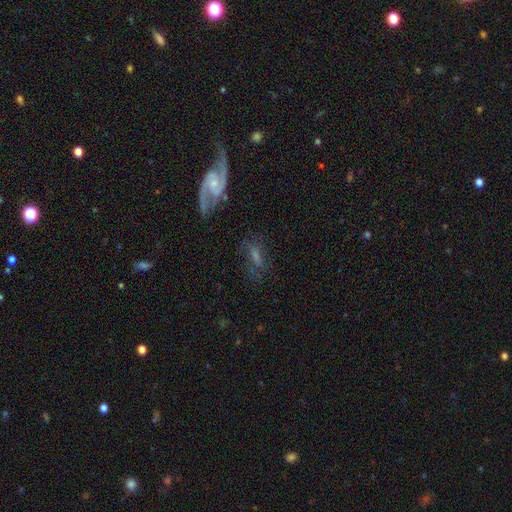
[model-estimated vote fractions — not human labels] Smooth or featured: featured or disk — 61% (smooth — 25%)
Edge-on disk: no — 91% (yes — 9%)
Bar: weak — 48% (no — 27%)
Spiral arms: yes — 86% (no — 14%)
Bulge size: small — 51% (moderate — 24%)
Merging: none — 62% (minor disturbance — 21%)